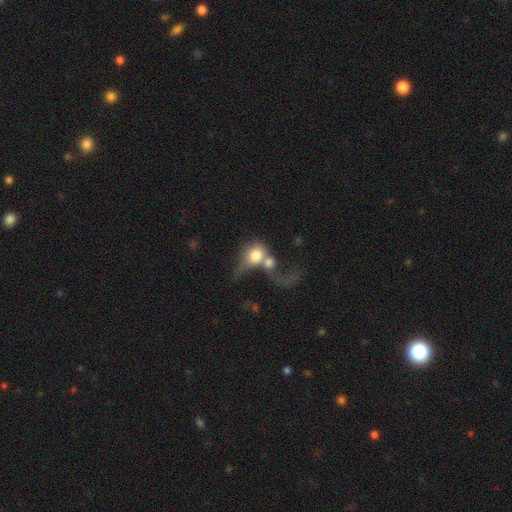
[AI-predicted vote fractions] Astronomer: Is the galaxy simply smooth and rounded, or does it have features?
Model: smooth — 63%.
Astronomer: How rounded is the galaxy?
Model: in between — 49% (runner-up: round, 48%).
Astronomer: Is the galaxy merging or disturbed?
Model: merger — 67%.